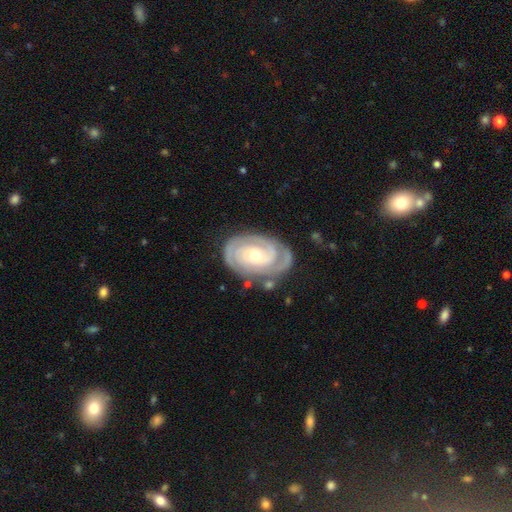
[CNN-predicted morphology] Smooth or featured?
  - featured or disk: 88% *
  - smooth: 7%
  - star or artifact: 4%
Edge-on disk?
  - no: 97% *
  - yes: 3%
Bar?
  - no: 62% *
  - weak: 28%
  - strong: 10%
Spiral arms?
  - yes: 97% *
  - no: 3%
Spiral winding?
  - tight: 76% *
  - medium: 20%
  - loose: 3%
Spiral arm count?
  - 2: 52% *
  - 3: 21%
  - can't tell: 15%
  - 4: 4%
  - 1: 4%
  - more than 4: 3%
Bulge size?
  - small: 50% *
  - moderate: 46%
  - large: 2%
  - none: 1%
  - dominant: 1%
Merging?
  - none: 75% *
  - minor disturbance: 17%
  - major disturbance: 5%
  - merger: 3%